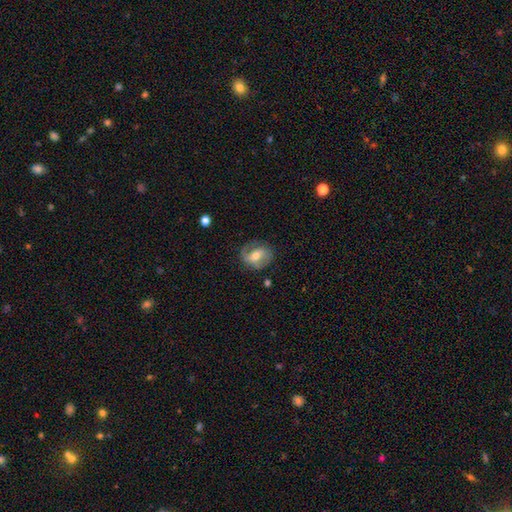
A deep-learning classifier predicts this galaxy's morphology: Smooth or featured: featured or disk — 62% (smooth — 31%)
Edge-on disk: no — 96% (yes — 4%)
Bar: weak — 41% (no — 33%)
Spiral arms: yes — 79% (no — 21%)
Bulge size: moderate — 67% (small — 26%)
Merging: none — 69% (minor disturbance — 20%)